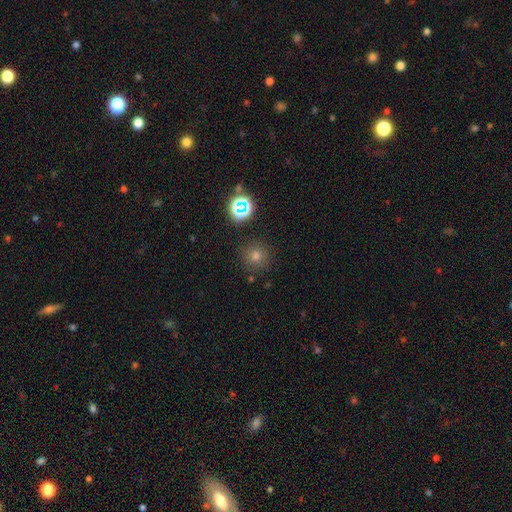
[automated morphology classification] smooth-or-featured: smooth: 67% | star or artifact: 25% | featured or disk: 8%
  how-rounded: round: 95% | in between: 4% | cigar-shaped: 1%
  merging: none: 87% | minor disturbance: 7% | merger: 3% | major disturbance: 3%